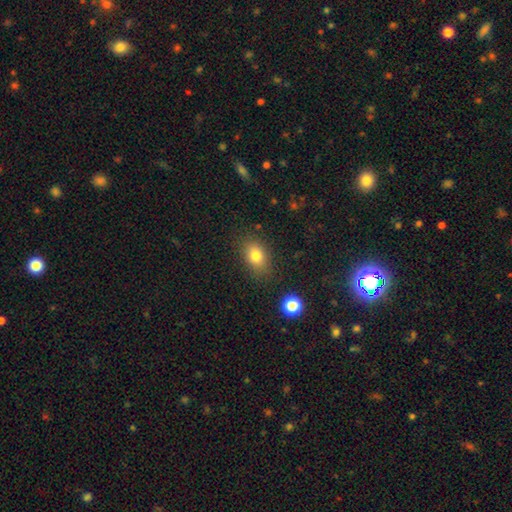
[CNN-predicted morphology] smooth 79%, star or artifact 11%, featured or disk 10%. Down the decision tree: how rounded — in between (76%); merging — none (82%).